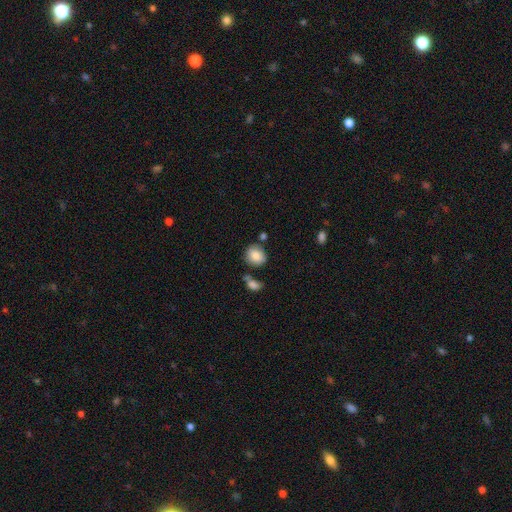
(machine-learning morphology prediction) This is clearly a smooth galaxy (83%). How rounded: likely round (71%). Merging: likely none (69%).